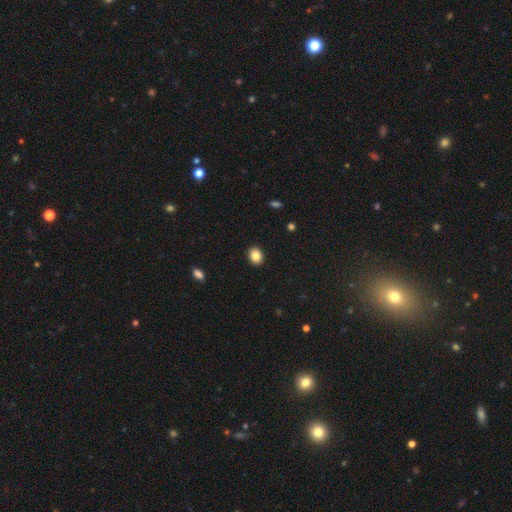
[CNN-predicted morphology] smooth_or_featured: smooth (p=0.87) [alt: star or artifact p=0.09]
how_rounded: in between (p=0.54) [alt: round p=0.45]
merging: none (p=0.91) [alt: minor disturbance p=0.06]